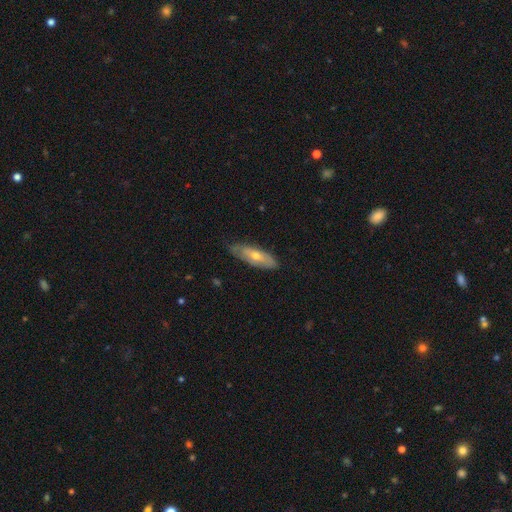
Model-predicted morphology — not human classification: This appears to be a smooth galaxy with no disk features (50%) that is in between round and cigar-shaped (51%). Merging: none (78%).